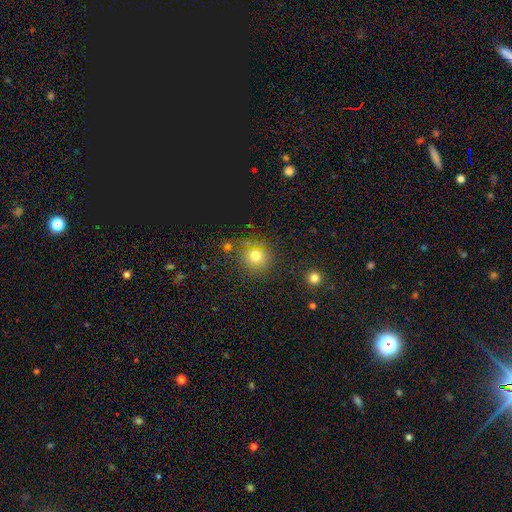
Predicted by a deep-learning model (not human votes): smooth-or-featured: smooth: 72% | star or artifact: 20% | featured or disk: 8%
  how-rounded: round: 92% | in between: 7% | cigar-shaped: 1%
  merging: none: 80% | minor disturbance: 10% | merger: 6% | major disturbance: 4%